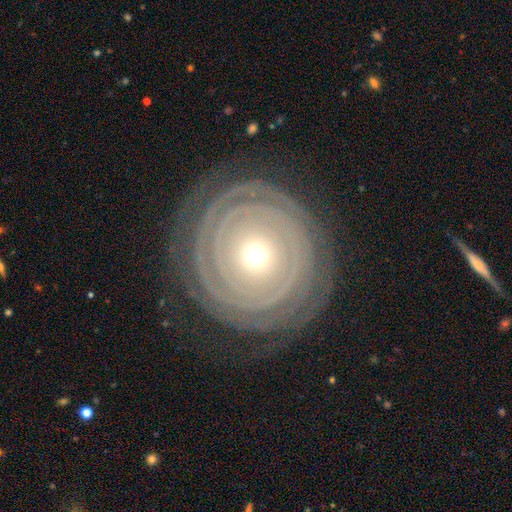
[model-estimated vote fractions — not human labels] featured or disk 85%, smooth 9%, star or artifact 5%. Down the decision tree: edge-on disk — no (96%); bar — no (84%); spiral arms — yes (91%); spiral arm count — 2 (36%); spiral winding — tight (89%); bulge size — small (55%); merging — none (82%).